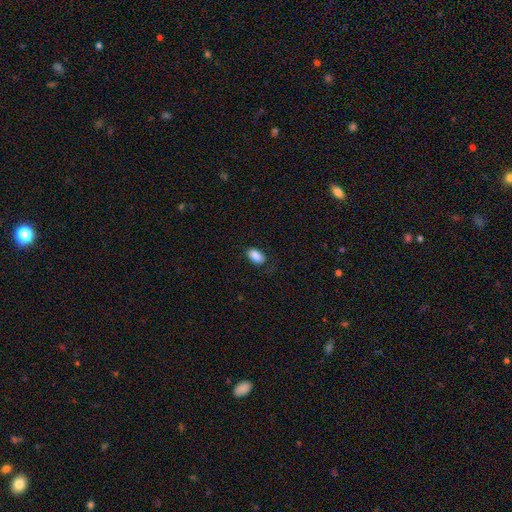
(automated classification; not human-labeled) Overall: smooth (87%). How rounded: in between (93%). Merging: none (74%).